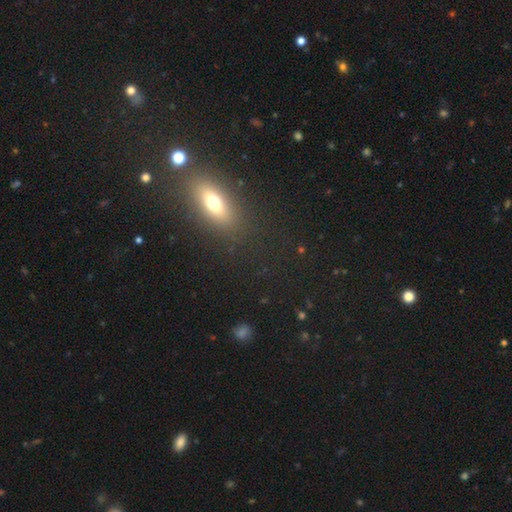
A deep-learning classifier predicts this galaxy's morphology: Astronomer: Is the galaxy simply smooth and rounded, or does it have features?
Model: smooth — 53% (runner-up: star or artifact, 30%).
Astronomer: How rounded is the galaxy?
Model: in between — 69%.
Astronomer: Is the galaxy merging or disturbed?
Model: none — 82%.